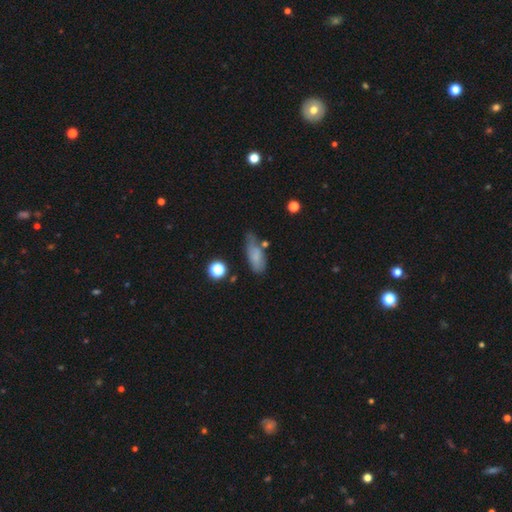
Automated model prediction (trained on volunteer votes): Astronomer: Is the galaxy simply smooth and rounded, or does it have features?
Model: smooth — 74%.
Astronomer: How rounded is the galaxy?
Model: in between — 74%.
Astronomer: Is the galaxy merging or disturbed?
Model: none — 48% (runner-up: minor disturbance, 33%).